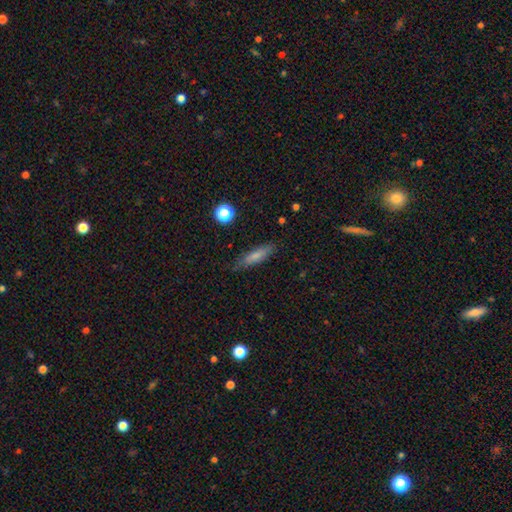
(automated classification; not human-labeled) The model was most divided on "how rounded": cigar-shaped: 69%, in between: 28%, round: 3%. More confident: merging — none (79%); smooth or featured — smooth (70%).